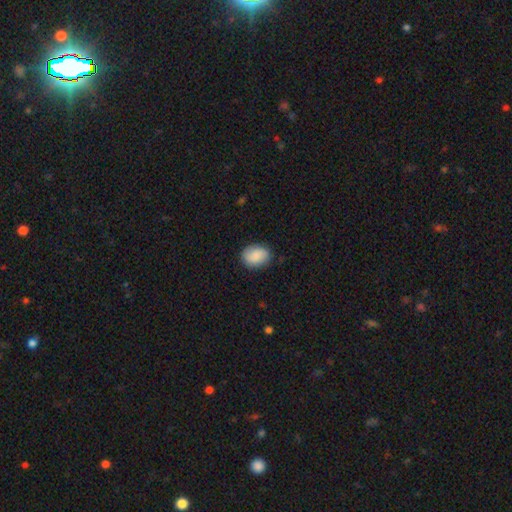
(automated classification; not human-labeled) This appears to be a smooth galaxy with no disk features (85%) that is in between round and cigar-shaped (63%). Merging: none (84%).